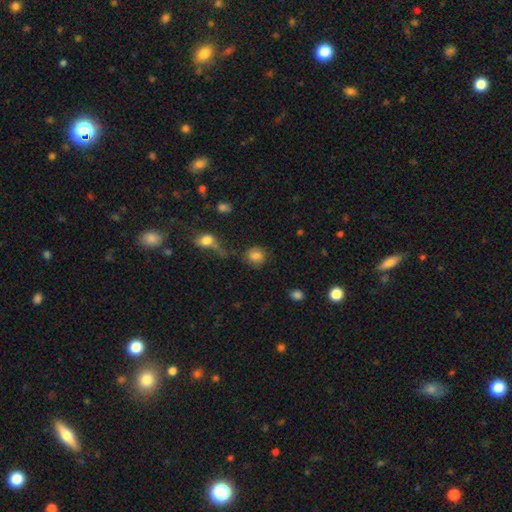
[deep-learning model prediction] This is clearly a smooth galaxy (80%). How rounded: likely round (72%). Merging: likely none (61%).